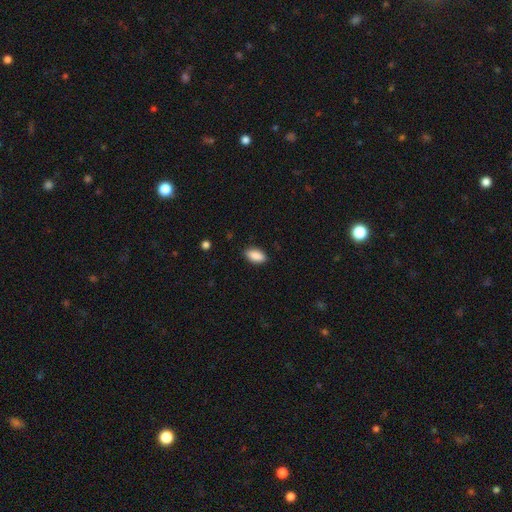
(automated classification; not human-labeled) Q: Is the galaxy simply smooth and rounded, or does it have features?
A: smooth — 89%.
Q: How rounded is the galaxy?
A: in between — 92%.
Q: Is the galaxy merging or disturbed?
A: none — 86%.